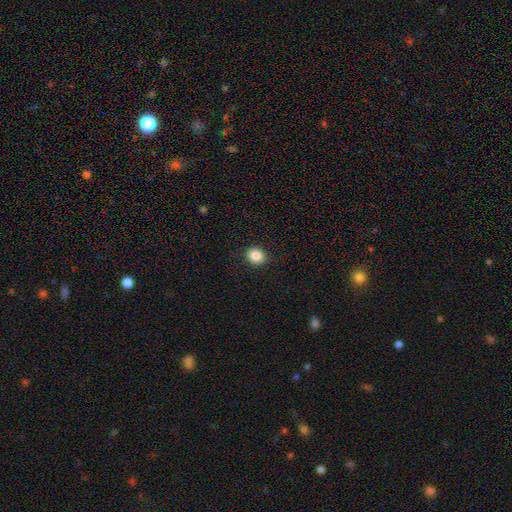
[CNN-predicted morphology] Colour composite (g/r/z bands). It shows a smooth galaxy with no disk features (84%) that is round (70%). Merging: none (91%).